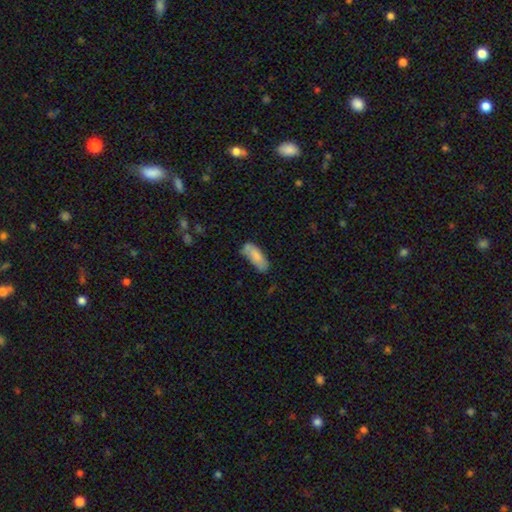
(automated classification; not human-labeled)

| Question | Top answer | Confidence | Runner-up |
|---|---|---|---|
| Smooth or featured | smooth | 79% | featured or disk (14%) |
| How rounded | in between | 76% | cigar-shaped (22%) |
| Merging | none | 51% | minor disturbance (32%) |